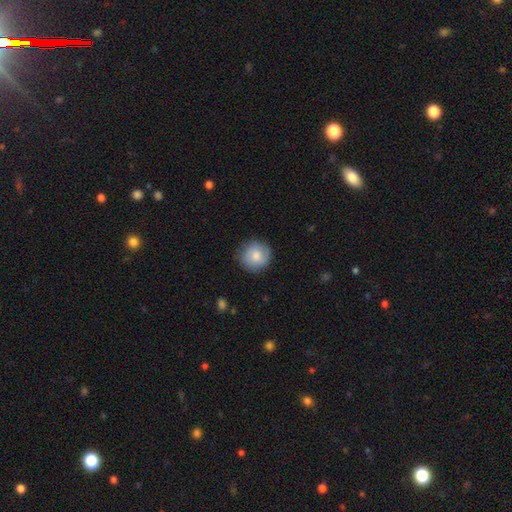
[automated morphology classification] This is likely a smooth galaxy (77%). How rounded: clearly round (92%). Merging: clearly none (82%).